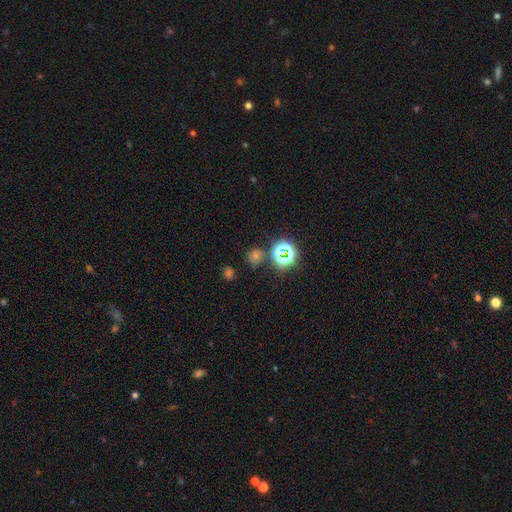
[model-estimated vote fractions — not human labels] star or artifact 49%, smooth 42%, featured or disk 8%.